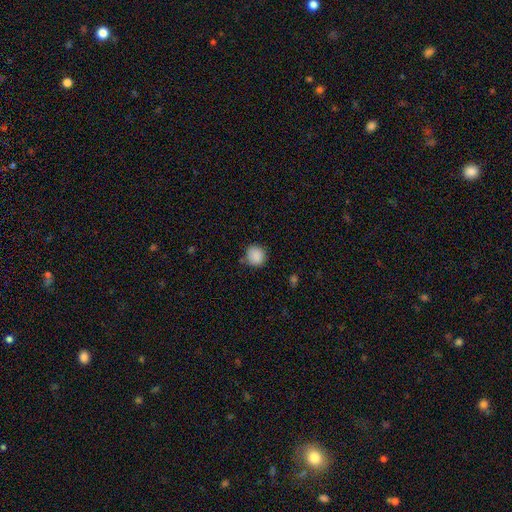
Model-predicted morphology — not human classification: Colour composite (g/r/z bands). It shows a smooth galaxy with no disk features (88%) that is round (87%). Merging: none (79%).